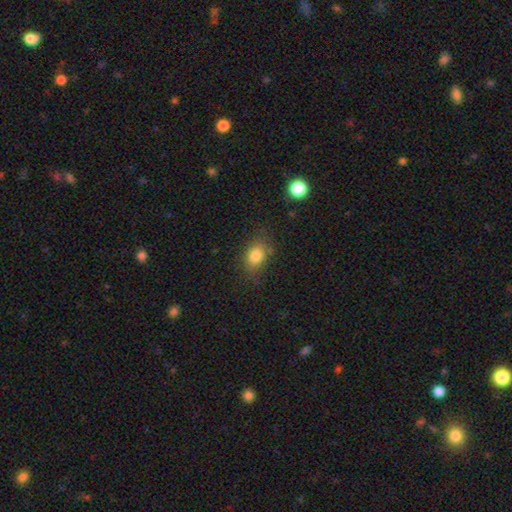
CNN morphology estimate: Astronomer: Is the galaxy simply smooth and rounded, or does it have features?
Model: smooth — 81%.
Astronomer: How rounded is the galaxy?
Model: in between — 71%.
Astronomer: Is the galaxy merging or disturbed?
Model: none — 75%.